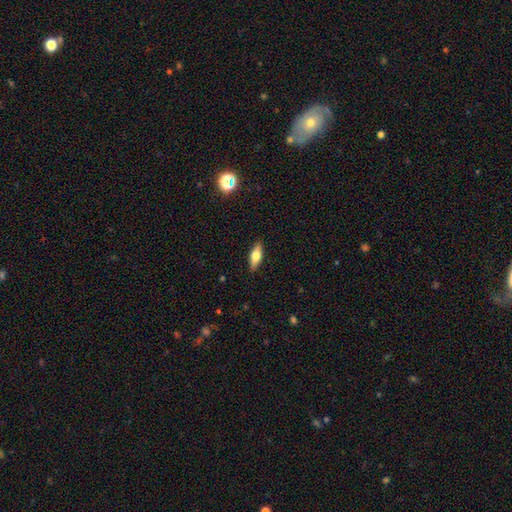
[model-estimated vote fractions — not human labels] Overall: smooth (60%; featured or disk 33%). How rounded: in between (66%; cigar-shaped 31%). Merging: none (89%).